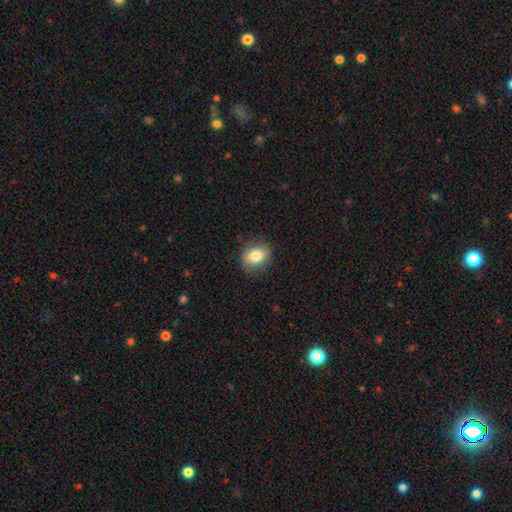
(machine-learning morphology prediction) A smooth galaxy with no disk features (81%) that is round (55%). Merging: none (83%).